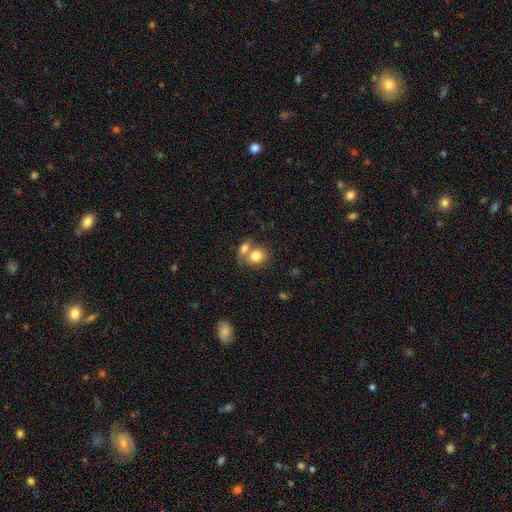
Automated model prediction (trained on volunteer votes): Morphology: type=smooth (80%); roundness=round (62%); merging=merger (53%).